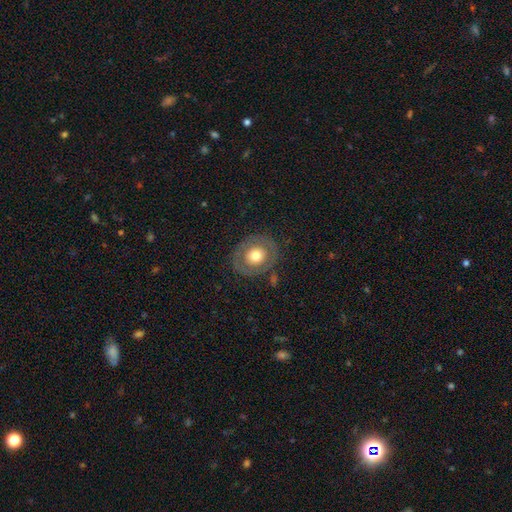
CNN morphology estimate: This appears to be a smooth galaxy with no disk features (54%) that is round (71%). Merging: none (81%).